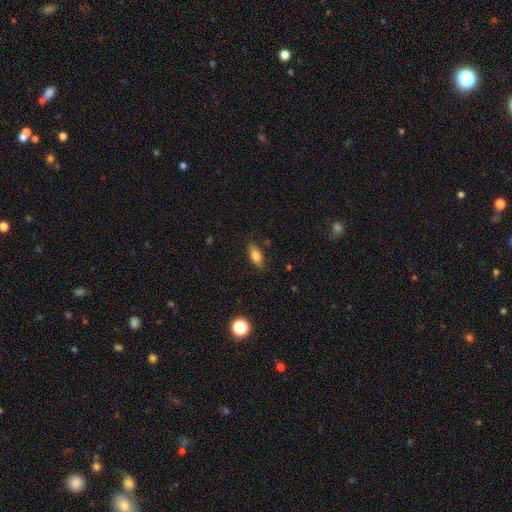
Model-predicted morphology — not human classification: Smooth or featured? smooth (76%)
How rounded? in between (78%)
Merging? none (84%)